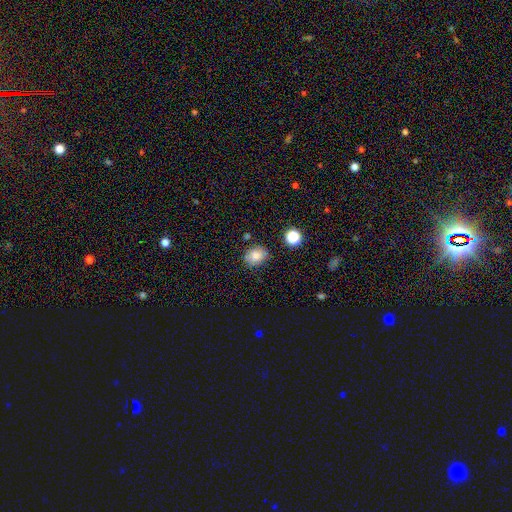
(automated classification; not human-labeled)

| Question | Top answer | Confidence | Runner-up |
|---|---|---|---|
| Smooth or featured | smooth | 79% | star or artifact (12%) |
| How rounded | in between | 50% | round (49%) |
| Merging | none | 77% | minor disturbance (16%) |